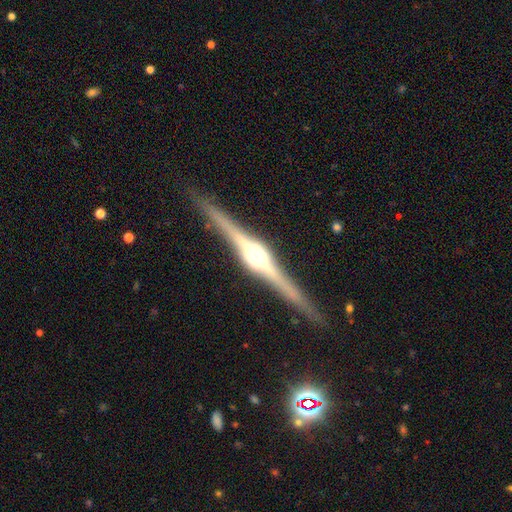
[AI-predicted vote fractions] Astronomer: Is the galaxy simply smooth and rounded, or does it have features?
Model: featured or disk — 87%.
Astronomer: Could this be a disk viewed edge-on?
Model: yes — 98%.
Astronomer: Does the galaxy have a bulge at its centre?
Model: rounded — 90%.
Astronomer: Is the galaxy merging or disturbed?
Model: none — 89%.